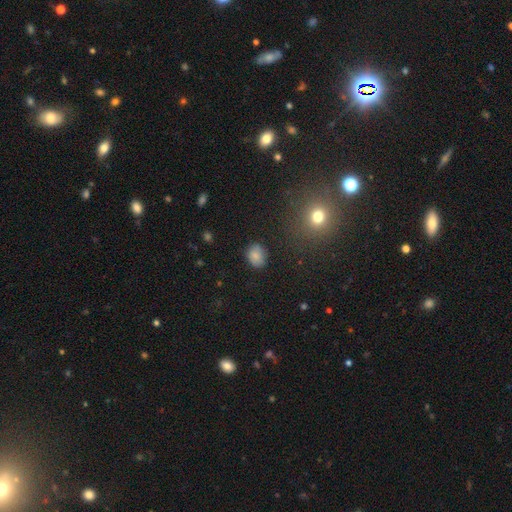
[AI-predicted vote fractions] This is likely a smooth galaxy (80%). How rounded: possibly in between (57%). Merging: likely none (79%).